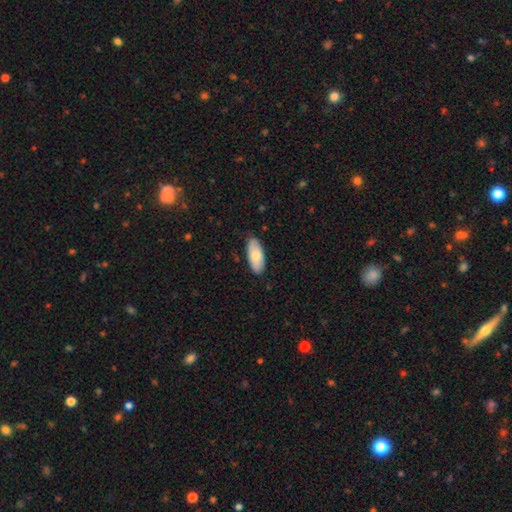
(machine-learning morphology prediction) Smooth or featured? Predicted: smooth (p=0.74). How rounded? Predicted: in between (p=0.87). Merging? Predicted: none (p=0.85).